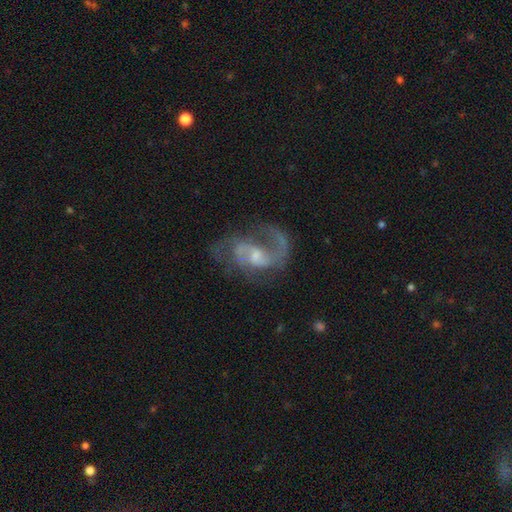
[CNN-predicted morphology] A featured or disk galaxy (85%) with a weak bar (46%), 2 (64%) medium (50%) spiral arms (94%) and a small central bulge (46%). Merging: none (56%).